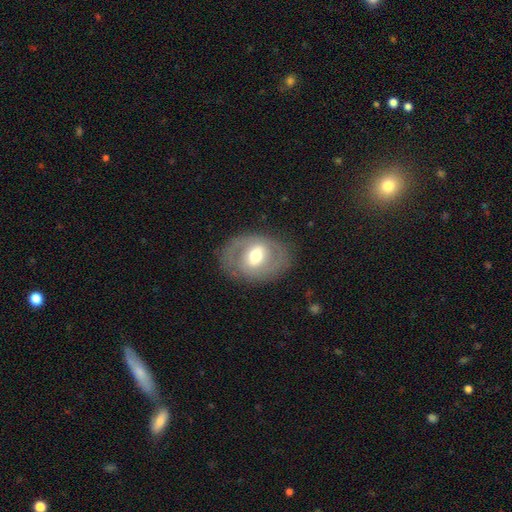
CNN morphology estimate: The model was most divided on "spiral arms": no: 54%, yes: 46%. Remaining: edge-on disk — no (94%); merging — none (79%); bulge size — moderate (68%); smooth or featured — featured or disk (61%); bar — weak (42%).